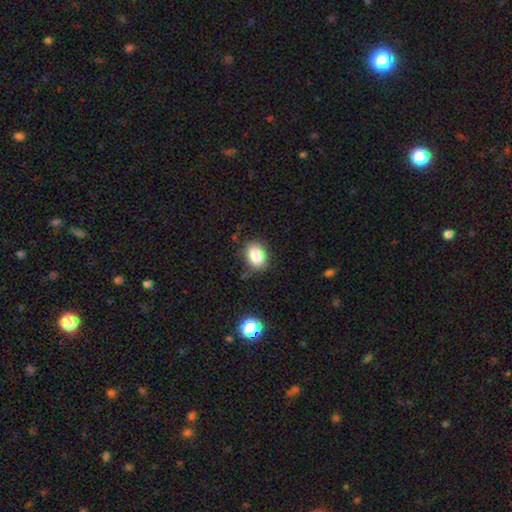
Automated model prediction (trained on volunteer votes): Overall: smooth (85%). How rounded: in between (64%; round 35%). Merging: none (83%).